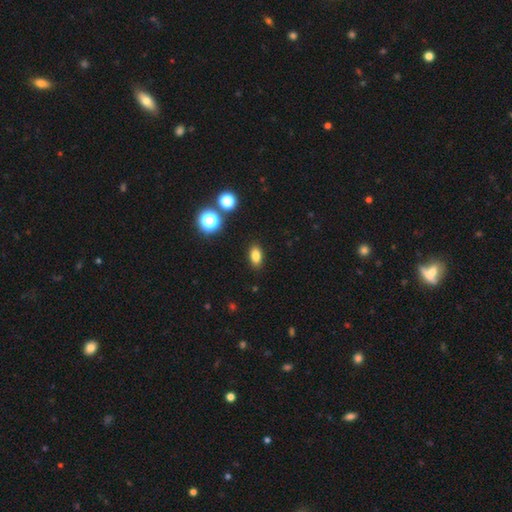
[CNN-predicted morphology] Smooth or featured? smooth (81%)
How rounded? in between (85%)
Merging? none (89%)